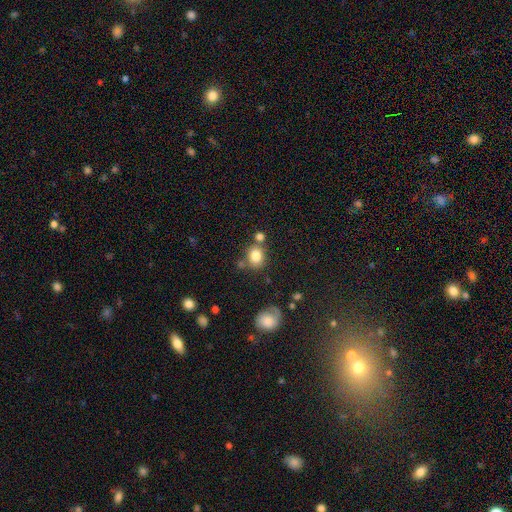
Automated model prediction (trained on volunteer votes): smooth_or_featured: smooth (p=0.81) [alt: star or artifact p=0.11]
how_rounded: round (p=0.67) [alt: in between p=0.32]
merging: none (p=0.67) [alt: merger p=0.16]